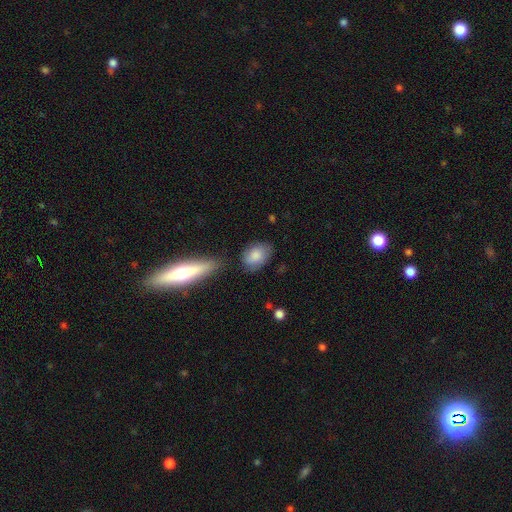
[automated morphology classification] Smooth or featured? Predicted: smooth (p=0.81). How rounded? Predicted: in between (p=0.79). Merging? Predicted: none (p=0.68).